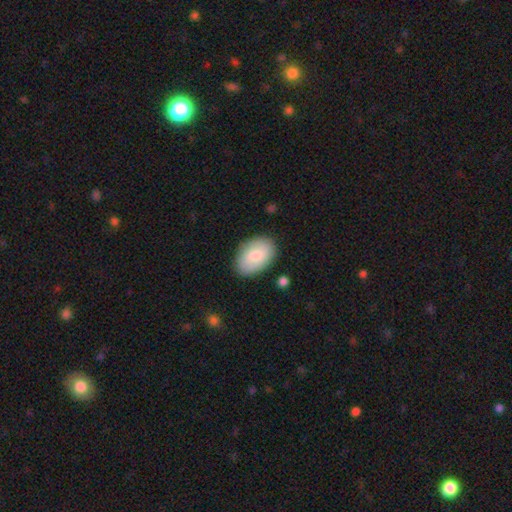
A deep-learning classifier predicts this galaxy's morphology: Smooth or featured?
  - smooth: 78% *
  - featured or disk: 16%
  - star or artifact: 6%
How rounded?
  - in between: 90% *
  - round: 9%
  - cigar-shaped: 1%
Merging?
  - none: 84% *
  - minor disturbance: 12%
  - major disturbance: 3%
  - merger: 2%